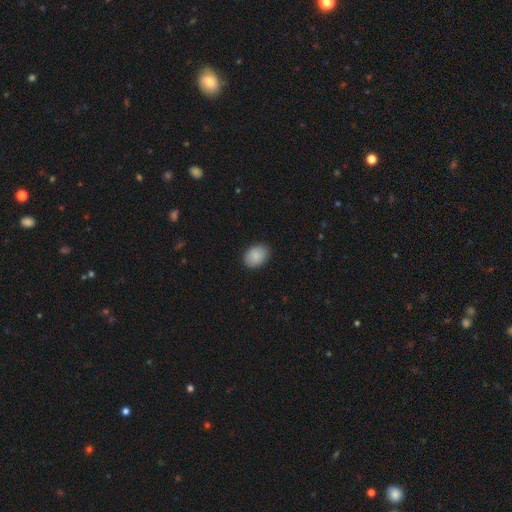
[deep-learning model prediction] Morphology: type=smooth (89%); roundness=in between (74%); merging=none (87%).